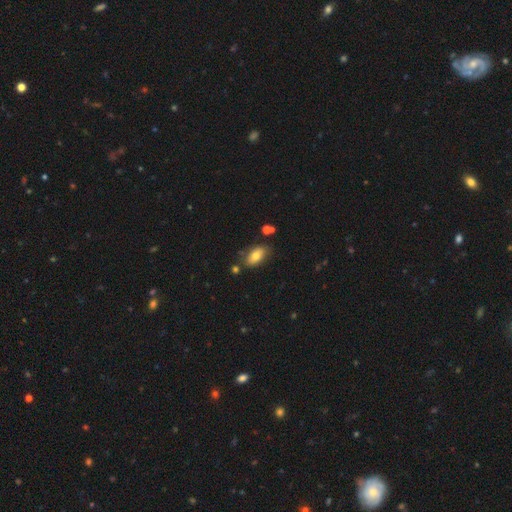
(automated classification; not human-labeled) This appears to be a smooth galaxy with no disk features (75%) that is in between round and cigar-shaped (91%). Merging: none (75%).